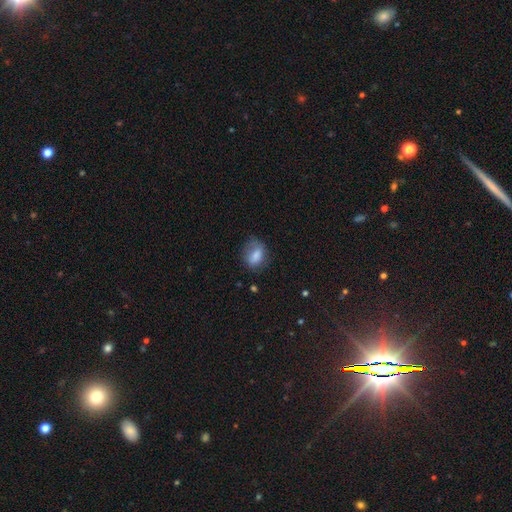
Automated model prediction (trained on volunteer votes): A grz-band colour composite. It shows a smooth galaxy with no disk features (76%) that is in between round and cigar-shaped (71%). Merging: none (57%).